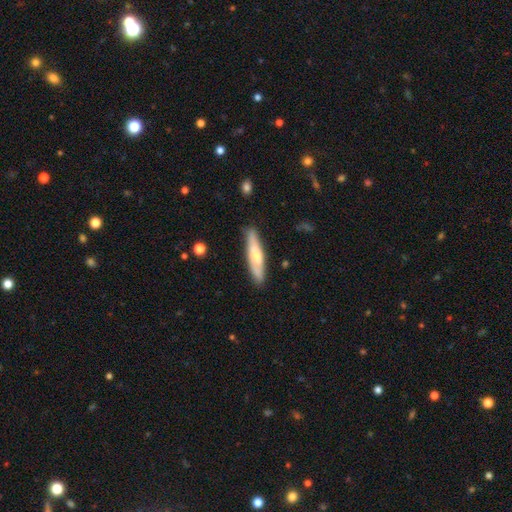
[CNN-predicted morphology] Smooth or featured? smooth (56%)
How rounded? cigar-shaped (80%)
Merging? none (85%)